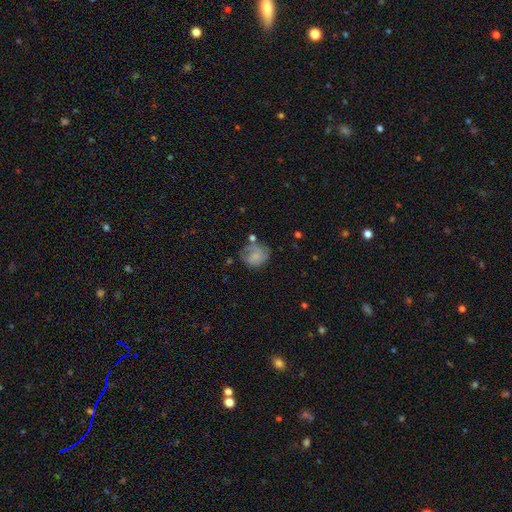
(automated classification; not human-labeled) smooth 62%, featured or disk 28%, star or artifact 10%. Down the decision tree: how rounded — round (66%); merging — none (45%).